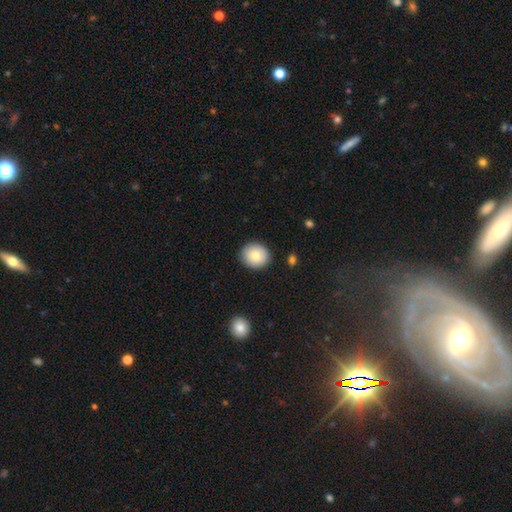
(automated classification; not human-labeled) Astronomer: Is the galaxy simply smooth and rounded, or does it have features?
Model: smooth — 81%.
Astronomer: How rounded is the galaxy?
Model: round — 85%.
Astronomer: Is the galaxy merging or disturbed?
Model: none — 90%.